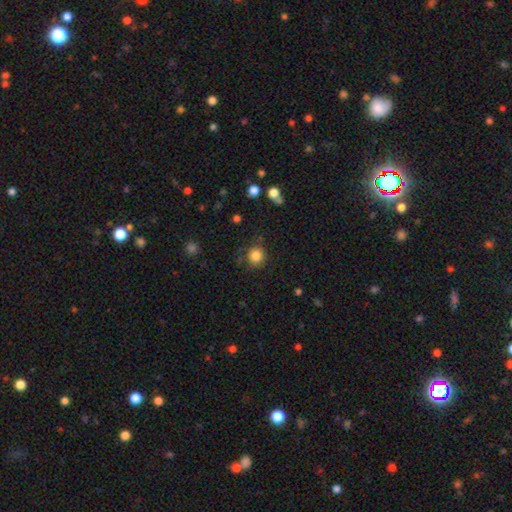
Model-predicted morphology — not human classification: The model was most divided on "merging": none: 83%, minor disturbance: 11%, major disturbance: 4%, merger: 3%. More confident: how rounded — round (91%); smooth or featured — smooth (84%).